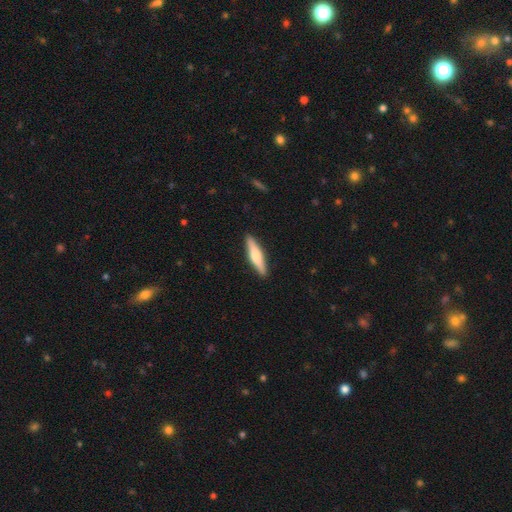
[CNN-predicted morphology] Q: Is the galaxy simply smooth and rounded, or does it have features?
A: smooth — 52%.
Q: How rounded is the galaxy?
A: cigar-shaped — 84%.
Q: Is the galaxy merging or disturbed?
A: none — 91%.